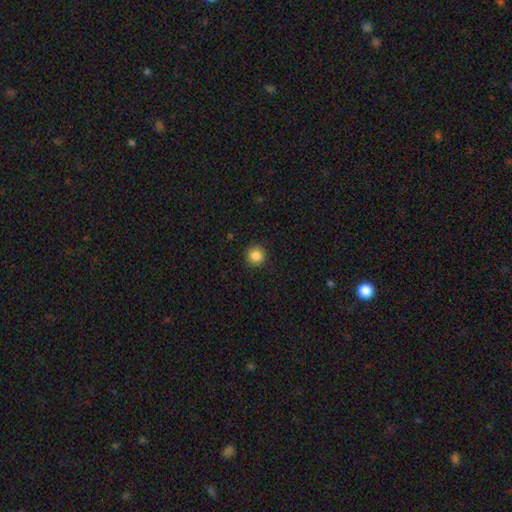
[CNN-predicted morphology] Smooth or featured? smooth (86%)
How rounded? round (95%)
Merging? none (91%)